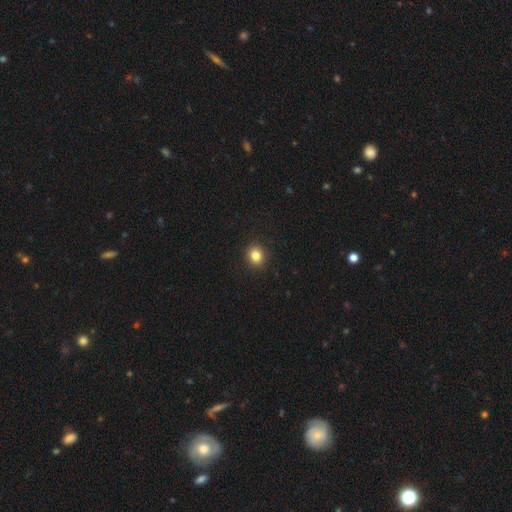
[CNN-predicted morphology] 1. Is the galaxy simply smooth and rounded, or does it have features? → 84% smooth, 11% star or artifact, 5% featured or disk.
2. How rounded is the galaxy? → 78% round, 21% in between, 1% cigar-shaped.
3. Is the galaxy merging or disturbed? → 92% none, 6% minor disturbance, 2% major disturbance, 1% merger.